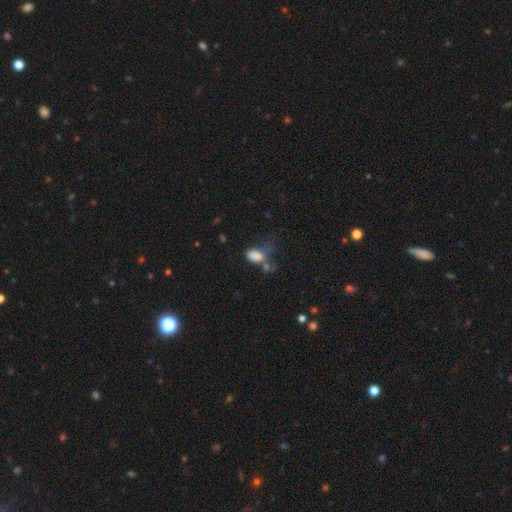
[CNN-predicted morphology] Smooth or featured: smooth — 80% (star or artifact — 11%)
How rounded: in between — 88% (round — 9%)
Merging: none — 29% (major disturbance — 27%)